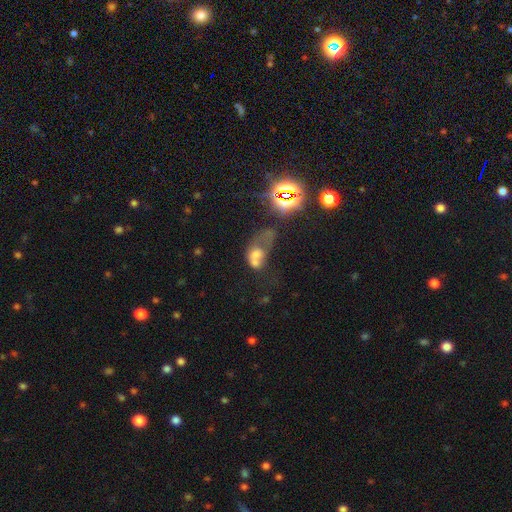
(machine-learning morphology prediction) Overall: smooth (46%; featured or disk 30%). Merging: merger (53%; major disturbance 22%).